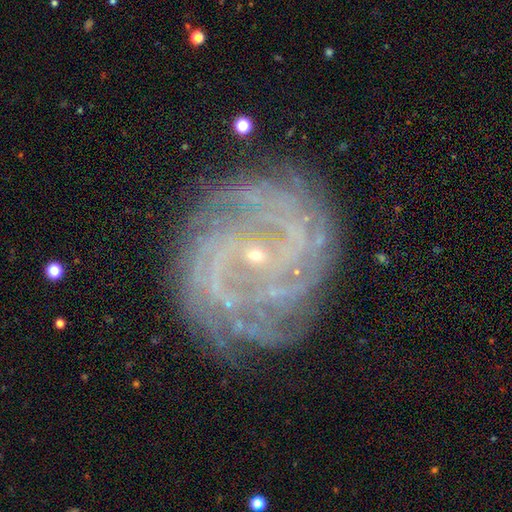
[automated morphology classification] featured or disk 86%, star or artifact 8%, smooth 6%. Down the decision tree: edge-on disk — no (97%); bar — no (47%); spiral arms — yes (96%); spiral arm count — can't tell (28%); spiral winding — tight (68%); bulge size — small (87%); merging — none (80%).